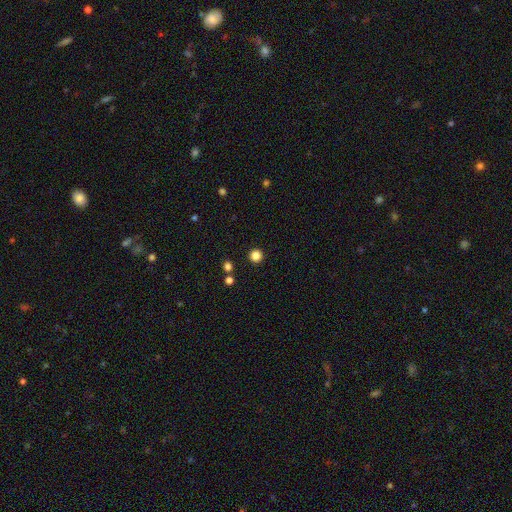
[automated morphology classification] smooth-or-featured: smooth: 83% | star or artifact: 13% | featured or disk: 3%
  how-rounded: round: 96% | in between: 3% | cigar-shaped: 1%
  merging: none: 92% | minor disturbance: 4% | merger: 2% | major disturbance: 2%